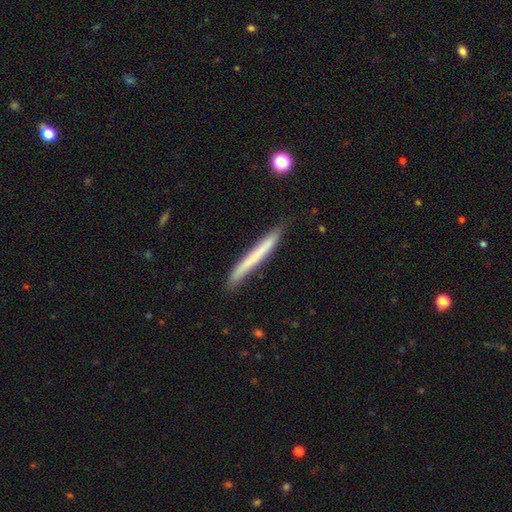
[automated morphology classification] A smooth galaxy with no disk features (63%) that is cigar-shaped (97%).

Vote fractions:
- Smooth or featured? smooth: 63% / featured or disk: 31% / star or artifact: 6%
- How rounded? cigar-shaped: 97% / in between: 2% / round: 1%
- Merging? none: 83% / minor disturbance: 14% / major disturbance: 2% / merger: 2%